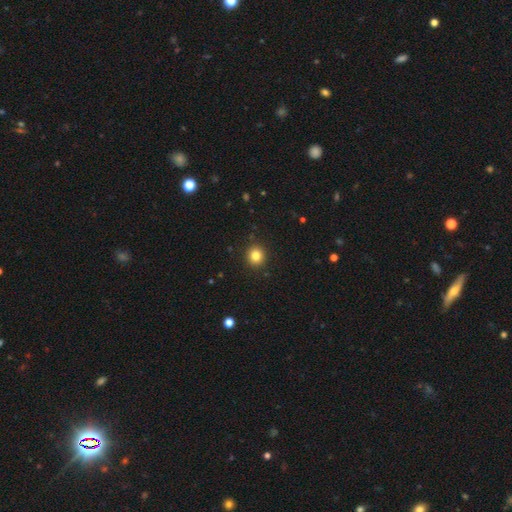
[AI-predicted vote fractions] This appears to be a smooth galaxy with no disk features (82%) that is round (90%). Merging: none (92%).